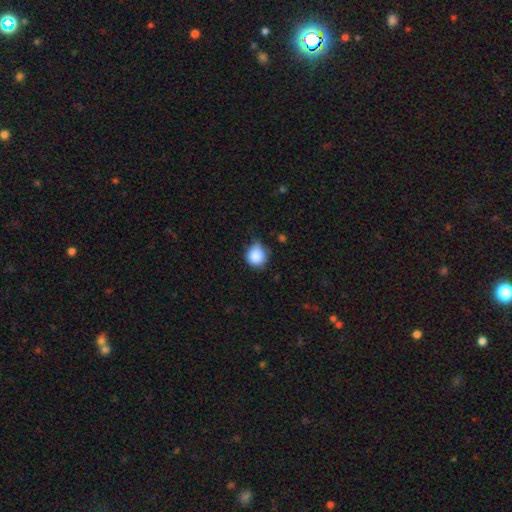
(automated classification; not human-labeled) Smooth or featured: smooth — 86% (star or artifact — 9%)
How rounded: round — 87% (in between — 12%)
Merging: none — 55% (minor disturbance — 36%)